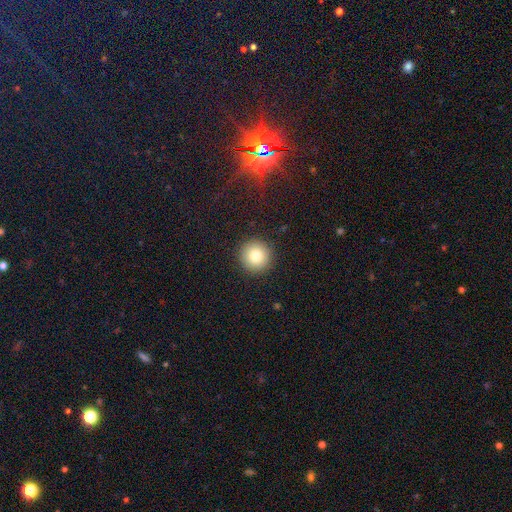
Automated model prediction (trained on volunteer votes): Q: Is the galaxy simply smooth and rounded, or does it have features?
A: smooth — 81%.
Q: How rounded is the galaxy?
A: round — 96%.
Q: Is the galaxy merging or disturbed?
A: none — 92%.